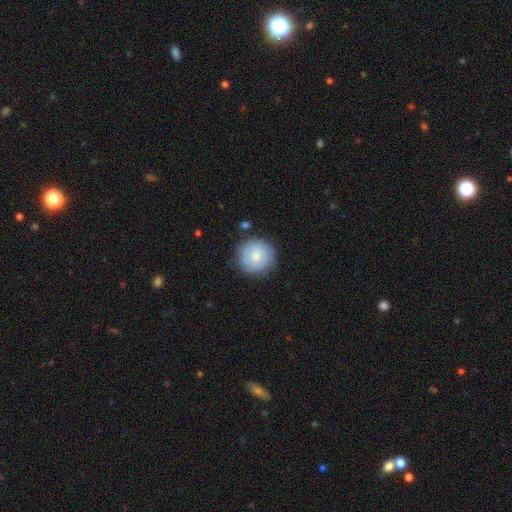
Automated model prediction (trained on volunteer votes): Smooth or featured: smooth — 79% (featured or disk — 14%)
How rounded: round — 95% (in between — 4%)
Merging: none — 84% (minor disturbance — 11%)